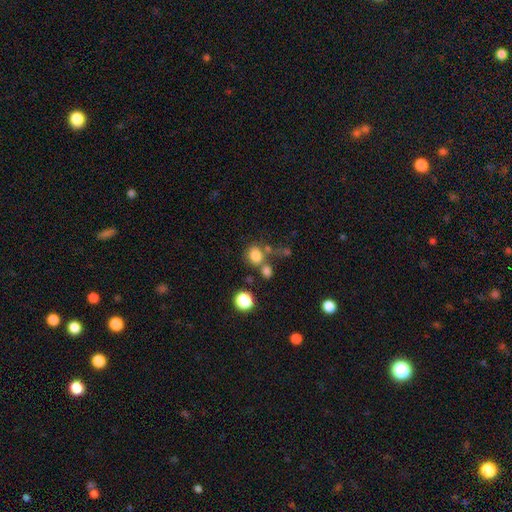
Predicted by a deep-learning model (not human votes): This appears to be a smooth galaxy with no disk features (79%) that is round (63%). Merging: none (56%).